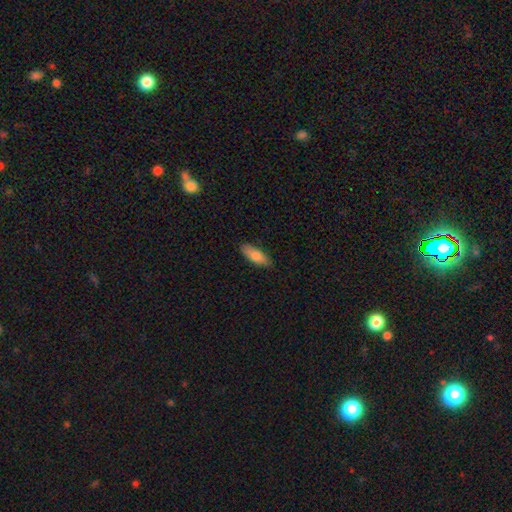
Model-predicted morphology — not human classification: Smooth or featured? Predicted: smooth (p=0.78). How rounded? Predicted: in between (p=0.64). Merging? Predicted: none (p=0.86).